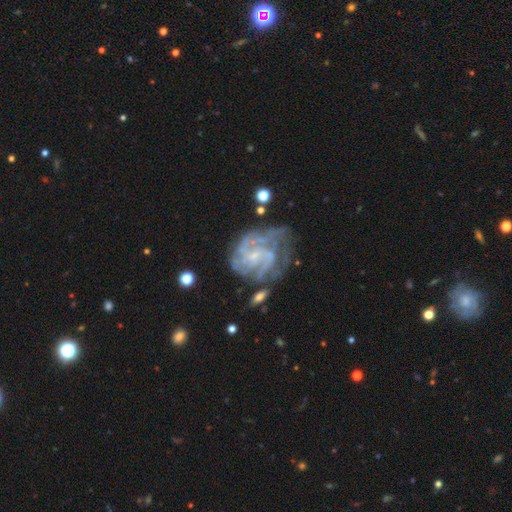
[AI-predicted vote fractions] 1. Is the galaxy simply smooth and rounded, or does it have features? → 86% featured or disk, 7% smooth, 7% star or artifact.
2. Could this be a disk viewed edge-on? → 98% no, 2% yes.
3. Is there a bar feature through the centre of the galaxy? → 52% no, 40% weak, 9% strong.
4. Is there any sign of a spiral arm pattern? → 93% yes, 7% no.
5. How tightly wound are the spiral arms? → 55% tight, 36% medium, 9% loose.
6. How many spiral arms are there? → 33% can't tell, 22% 3, 18% 2, 15% 4, 6% more than 4, 6% 1.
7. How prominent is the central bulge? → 71% small, 15% none, 12% moderate, 1% large, 1% dominant.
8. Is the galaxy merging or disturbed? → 49% none, 24% minor disturbance, 21% major disturbance, 6% merger.